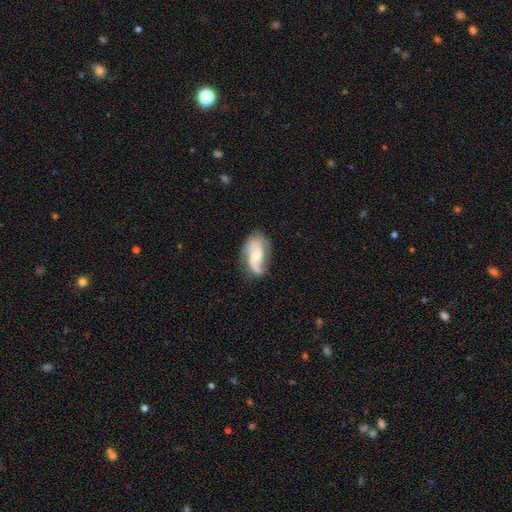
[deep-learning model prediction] A featured or disk galaxy (73%) with no bar (52%), 2 (68%) medium (42%) spiral arms (91%) and a moderate central bulge (54%).

Vote fractions:
- Smooth or featured? featured or disk: 73% / smooth: 21% / star or artifact: 6%
- Edge-on disk? no: 96% / yes: 4%
- Bar? no: 52% / weak: 37% / strong: 11%
- Spiral arms? yes: 91% / no: 9%
- Spiral winding? medium: 42% / loose: 37% / tight: 21%
- Spiral arm count? 2: 68% / 1: 14% / can't tell: 10% / 3: 4% / 4: 1% / more than 4: 1%
- Bulge size? moderate: 54% / small: 33% / large: 7% / none: 4% / dominant: 1%
- Merging? none: 59% / minor disturbance: 25% / major disturbance: 15% / merger: 2%